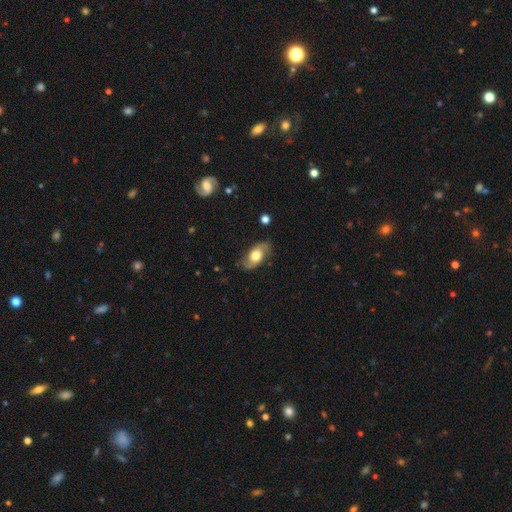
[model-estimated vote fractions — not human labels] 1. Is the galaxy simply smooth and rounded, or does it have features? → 49% featured or disk, 44% smooth, 7% star or artifact.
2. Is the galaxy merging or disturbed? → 79% none, 16% minor disturbance, 4% major disturbance, 1% merger.